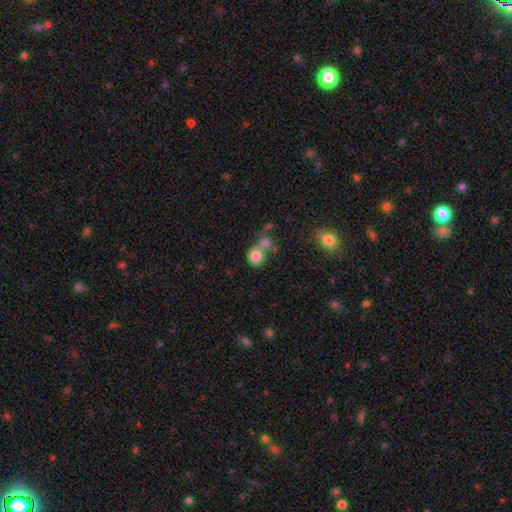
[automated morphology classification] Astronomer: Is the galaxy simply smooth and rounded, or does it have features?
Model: smooth — 79%.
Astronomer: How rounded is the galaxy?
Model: round — 80%.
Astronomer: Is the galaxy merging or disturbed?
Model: none — 43%, tied with merger at 43%.